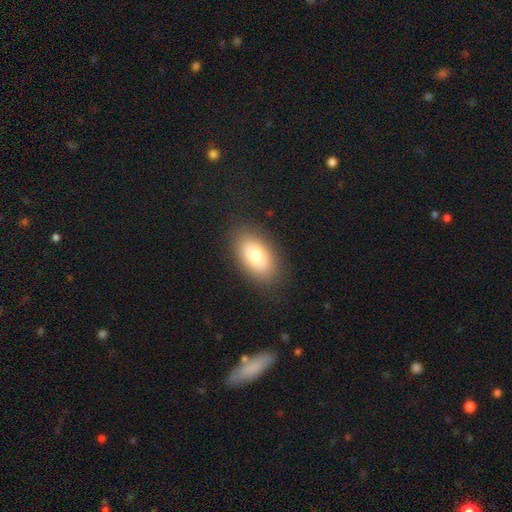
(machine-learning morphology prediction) Smooth or featured? Predicted: smooth (p=0.77). How rounded? Predicted: in between (p=0.91). Merging? Predicted: none (p=0.86).